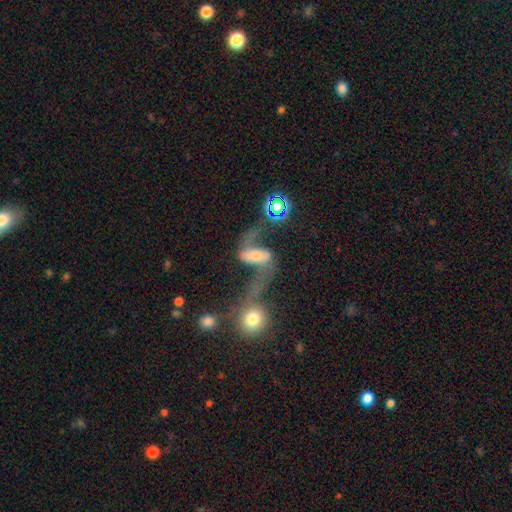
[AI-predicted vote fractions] Smooth or featured?
  - featured or disk: 71% *
  - smooth: 18%
  - star or artifact: 12%
Edge-on disk?
  - no: 90% *
  - yes: 10%
Bar?
  - strong: 39% *
  - weak: 34%
  - no: 26%
Spiral arms?
  - yes: 85% *
  - no: 15%
Spiral winding?
  - loose: 81% *
  - medium: 14%
  - tight: 5%
Spiral arm count?
  - 2: 90% *
  - 1: 4%
  - can't tell: 3%
  - 3: 1%
  - 4: 1%
  - more than 4: 1%
Bulge size?
  - moderate: 43% *
  - small: 35%
  - large: 11%
  - none: 9%
  - dominant: 3%
Merging?
  - merger: 35% *
  - none: 32%
  - major disturbance: 20%
  - minor disturbance: 12%